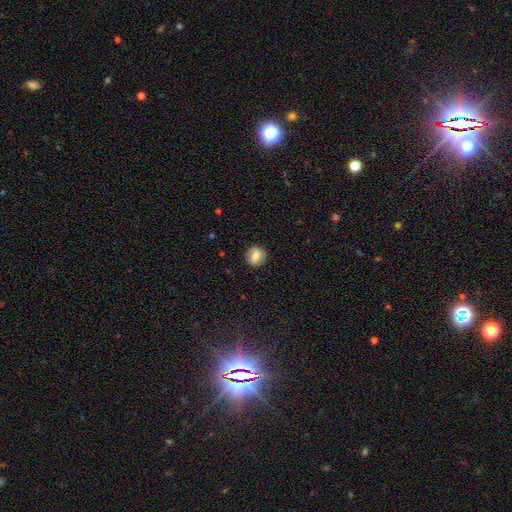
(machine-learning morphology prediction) Overall: smooth (72%). How rounded: round (85%). Merging: none (87%).